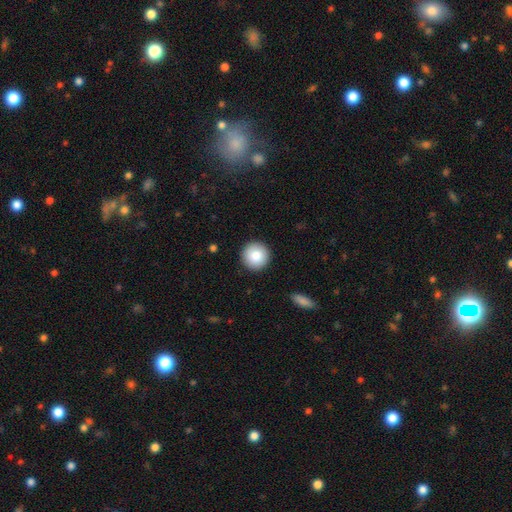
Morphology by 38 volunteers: smooth-or-featured: smooth: 84% | featured or disk: 8% | star or artifact: 8%
  how-rounded: round: 100% | in between: 0% | cigar-shaped: 0%
  merging: none: 97% | major disturbance: 3% | minor disturbance: 0% | merger: 0%